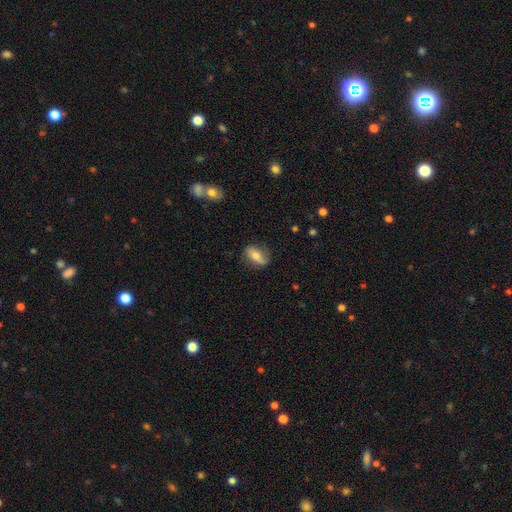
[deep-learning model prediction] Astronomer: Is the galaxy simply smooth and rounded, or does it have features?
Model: smooth — 55% (runner-up: featured or disk, 38%).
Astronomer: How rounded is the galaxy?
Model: in between — 81%.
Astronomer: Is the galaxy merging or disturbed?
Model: none — 73%.